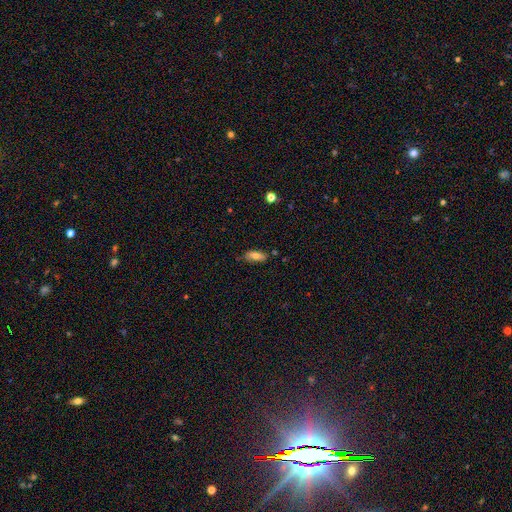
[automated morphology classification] smooth-or-featured: smooth: 76% | featured or disk: 16% | star or artifact: 8%
  how-rounded: in between: 79% | cigar-shaped: 19% | round: 3%
  merging: none: 75% | minor disturbance: 19% | major disturbance: 3% | merger: 3%